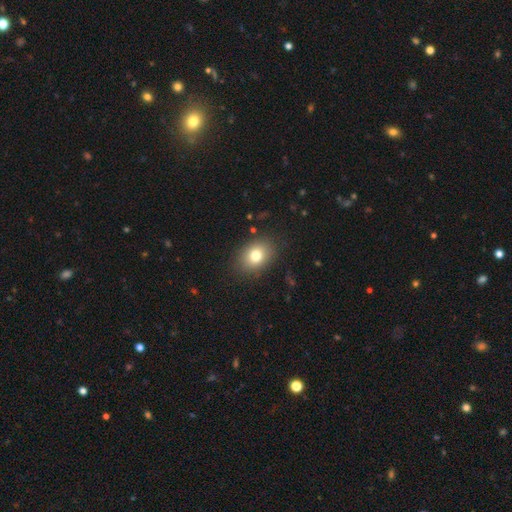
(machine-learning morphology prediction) Smooth or featured? smooth (79%)
How rounded? in between (65%)
Merging? none (86%)